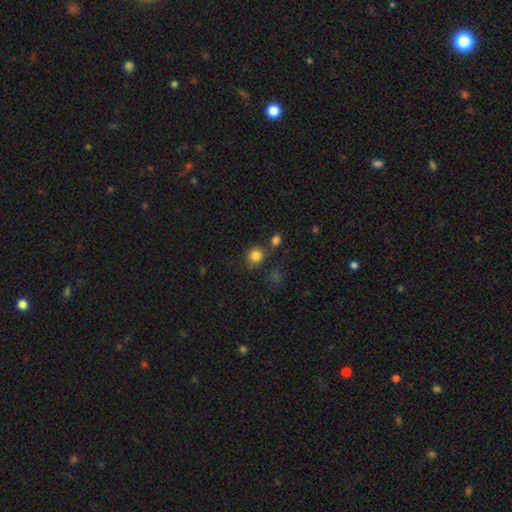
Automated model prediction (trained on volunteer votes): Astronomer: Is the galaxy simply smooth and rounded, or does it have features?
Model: smooth — 83%.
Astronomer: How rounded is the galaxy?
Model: round — 87%.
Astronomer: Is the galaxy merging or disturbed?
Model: none — 70%.